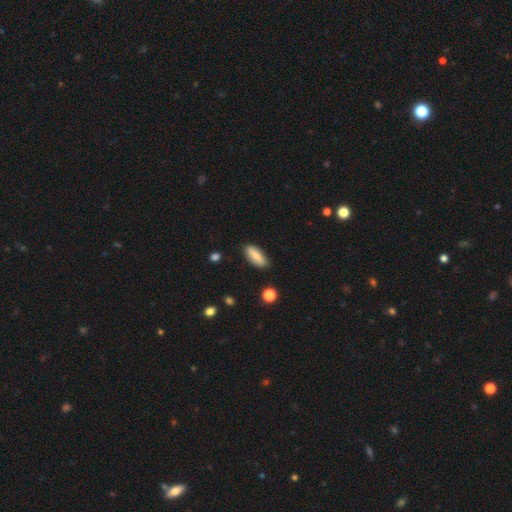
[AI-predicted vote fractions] smooth-or-featured: smooth: 72% | featured or disk: 21% | star or artifact: 7%
  how-rounded: in between: 74% | cigar-shaped: 24% | round: 3%
  merging: none: 85% | minor disturbance: 11% | major disturbance: 2% | merger: 2%